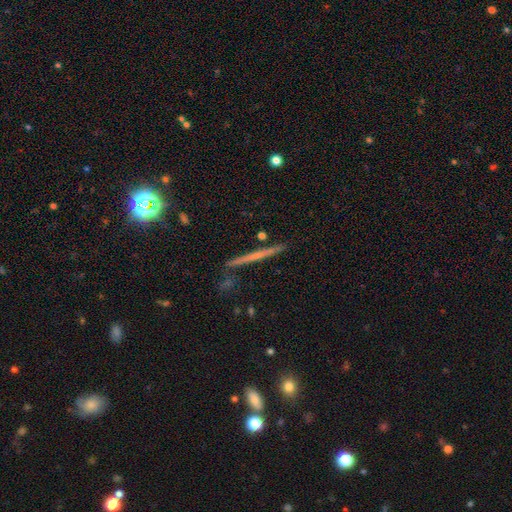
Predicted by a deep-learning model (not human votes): Smooth or featured? featured or disk (62%)
Edge-on disk? yes (97%)
Edge-on bulge? none (66%)
Merging? none (89%)